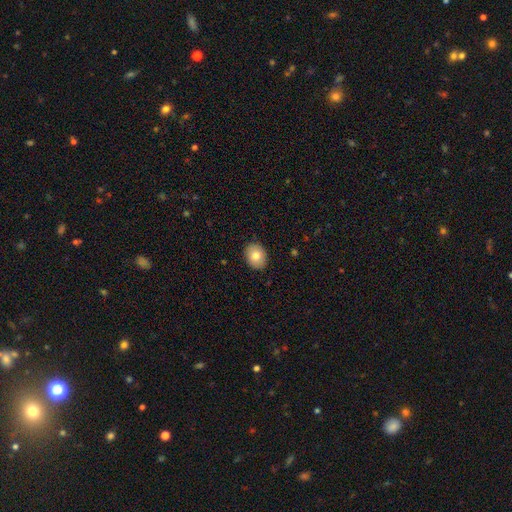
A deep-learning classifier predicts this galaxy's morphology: The model was most divided on "how rounded": in between: 62%, round: 37%, cigar-shaped: 1%. More confident: merging — none (89%); smooth or featured — smooth (80%).